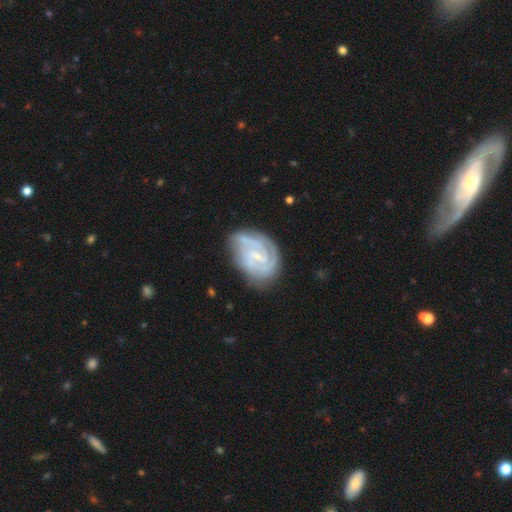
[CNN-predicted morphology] A featured or disk galaxy (85%) with a weak bar (52%), 2 (39%) tight (58%) spiral arms (96%) and a small central bulge (67%).

Vote fractions:
- Smooth or featured? featured or disk: 85% / smooth: 10% / star or artifact: 5%
- Edge-on disk? no: 98% / yes: 2%
- Bar? weak: 52% / no: 32% / strong: 16%
- Spiral arms? yes: 96% / no: 4%
- Spiral winding? tight: 58% / medium: 35% / loose: 7%
- Spiral arm count? 2: 39% / 3: 26% / can't tell: 19% / 4: 6% / 1: 5% / more than 4: 4%
- Bulge size? small: 67% / moderate: 19% / none: 12% / large: 1% / dominant: 1%
- Merging? none: 65% / minor disturbance: 23% / major disturbance: 9% / merger: 2%